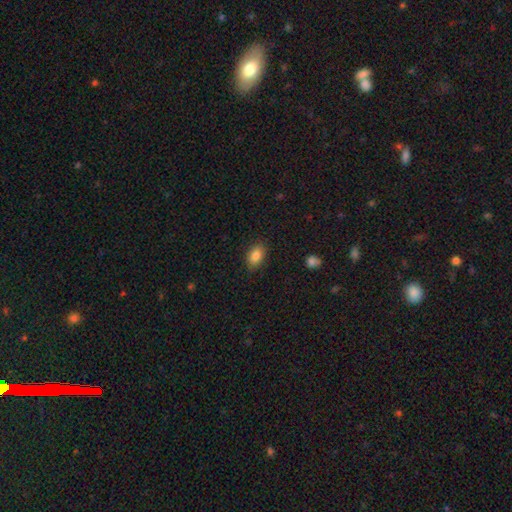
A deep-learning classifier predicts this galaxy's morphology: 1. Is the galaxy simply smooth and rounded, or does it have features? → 86% smooth, 8% star or artifact, 6% featured or disk.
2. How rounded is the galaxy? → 87% in between, 11% round, 2% cigar-shaped.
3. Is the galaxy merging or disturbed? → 85% none, 11% minor disturbance, 3% major disturbance, 1% merger.